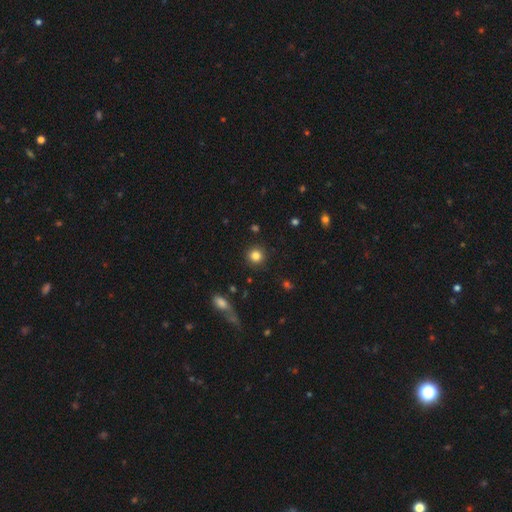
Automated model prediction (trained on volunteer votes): A smooth galaxy with no disk features (84%) that is round (93%).

Vote fractions:
- Smooth or featured? smooth: 84% / star or artifact: 11% / featured or disk: 5%
- How rounded? round: 93% / in between: 6% / cigar-shaped: 1%
- Merging? none: 91% / minor disturbance: 6% / major disturbance: 2% / merger: 2%